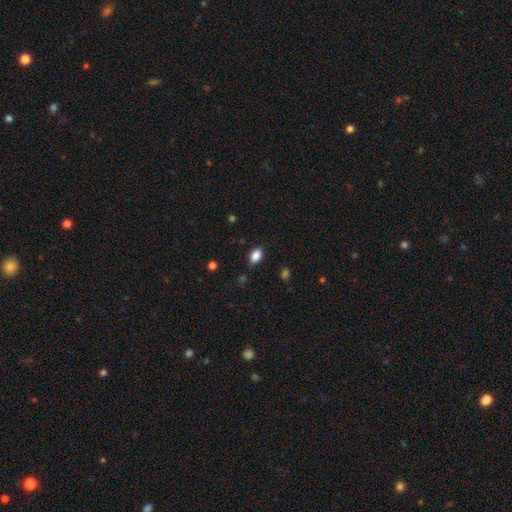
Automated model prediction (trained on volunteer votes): A smooth galaxy with no disk features (87%) that is in between round and cigar-shaped (84%).

Vote fractions:
- Smooth or featured? smooth: 87% / star or artifact: 9% / featured or disk: 4%
- How rounded? in between: 84% / round: 15% / cigar-shaped: 1%
- Merging? none: 81% / minor disturbance: 14% / major disturbance: 3% / merger: 2%